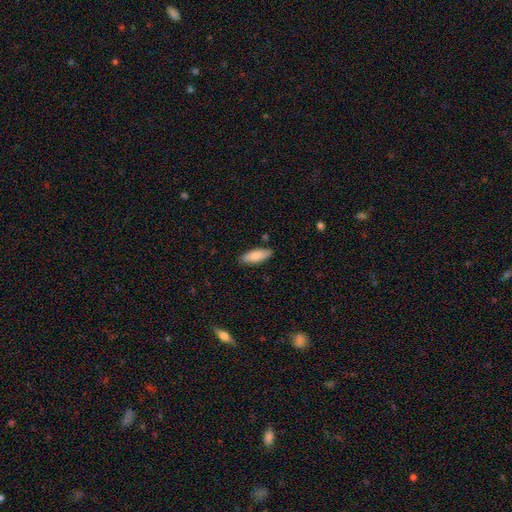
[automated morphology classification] A smooth galaxy with no disk features (82%) that is in between round and cigar-shaped (74%).

Vote fractions:
- Smooth or featured? smooth: 82% / featured or disk: 12% / star or artifact: 6%
- How rounded? in between: 74% / cigar-shaped: 24% / round: 2%
- Merging? none: 84% / minor disturbance: 13% / major disturbance: 2% / merger: 2%